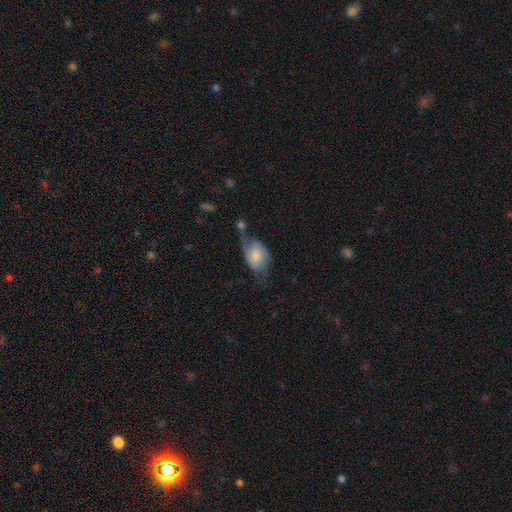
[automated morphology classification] Smooth or featured: smooth — 51% (featured or disk — 42%)
How rounded: in between — 85% (round — 13%)
Merging: none — 31% (minor disturbance — 29%)